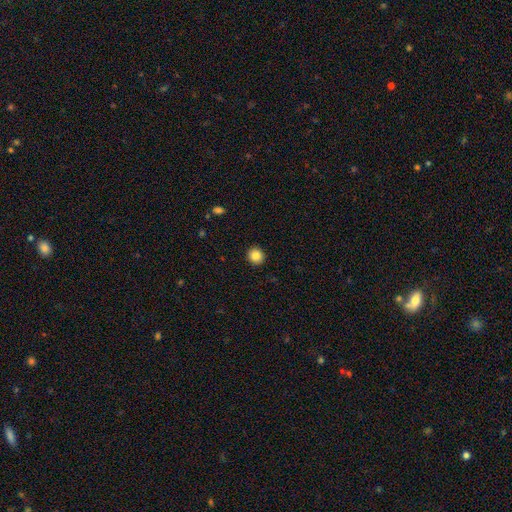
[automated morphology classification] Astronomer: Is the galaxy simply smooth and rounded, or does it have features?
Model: smooth — 85%.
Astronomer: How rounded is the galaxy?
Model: round — 86%.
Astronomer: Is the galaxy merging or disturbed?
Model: none — 92%.